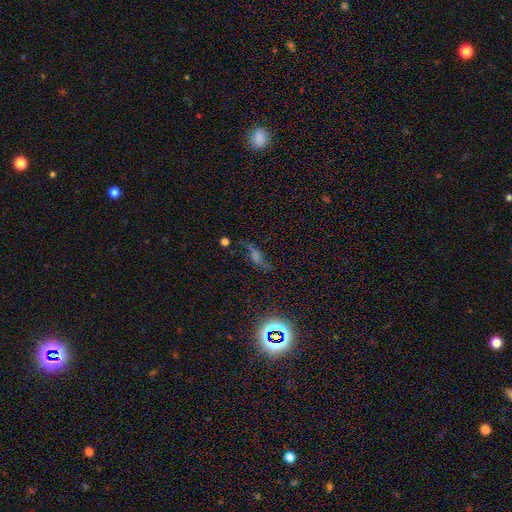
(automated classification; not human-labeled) featured or disk 41%, star or artifact 34%, smooth 26%. Down the decision tree: merging — none (66%).